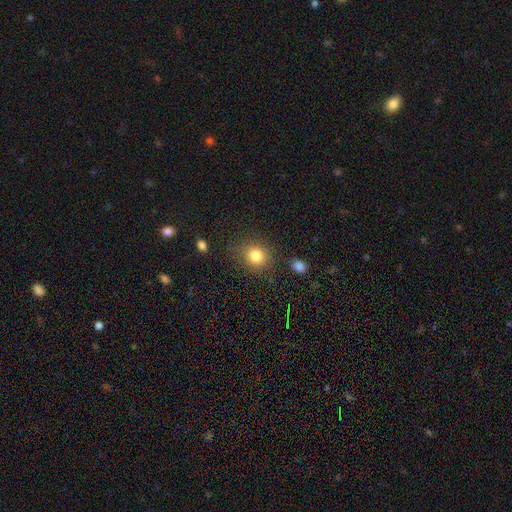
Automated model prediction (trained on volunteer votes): Morphology: type=smooth (83%); roundness=round (78%); merging=none (81%).